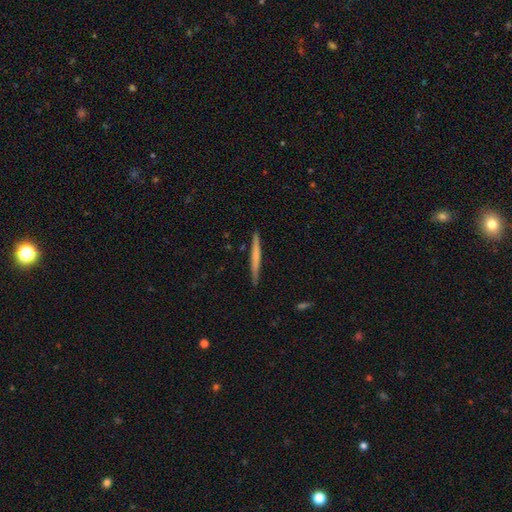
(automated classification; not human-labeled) Smooth or featured: smooth — 49% (featured or disk — 45%)
Merging: none — 90% (minor disturbance — 8%)